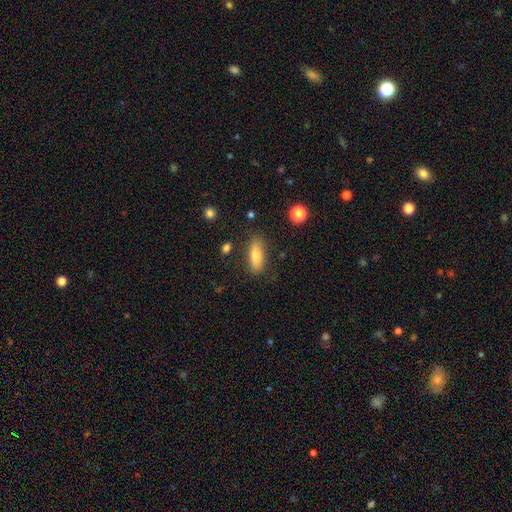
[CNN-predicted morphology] type=smooth (77%); roundness=in between (63%); merging=none (81%).